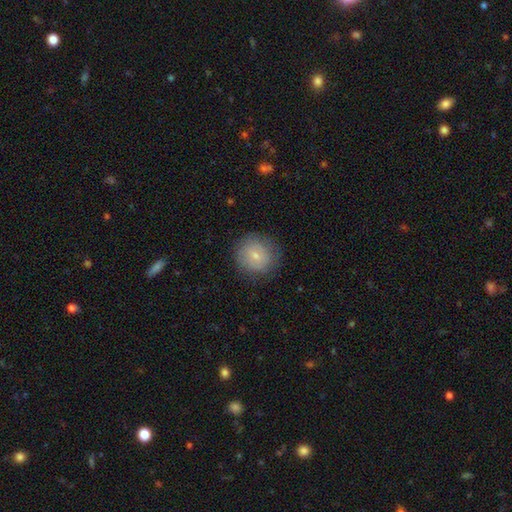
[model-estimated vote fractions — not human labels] This is likely a smooth galaxy (72%). How rounded: clearly round (89%). Merging: clearly none (81%).